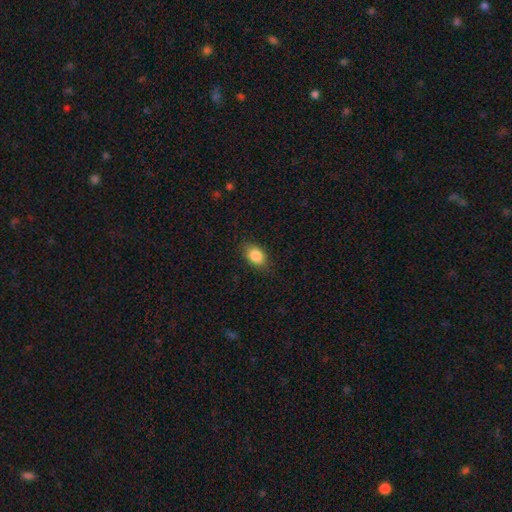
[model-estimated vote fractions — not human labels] Smooth or featured: smooth — 86% (star or artifact — 8%)
How rounded: in between — 80% (round — 18%)
Merging: none — 83% (minor disturbance — 13%)